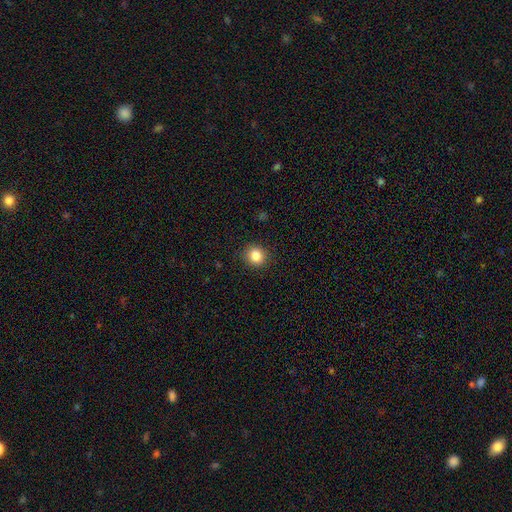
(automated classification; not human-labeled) smooth_or_featured: smooth (p=0.85) [alt: star or artifact p=0.10]
how_rounded: round (p=0.85) [alt: in between p=0.14]
merging: none (p=0.91) [alt: minor disturbance p=0.06]